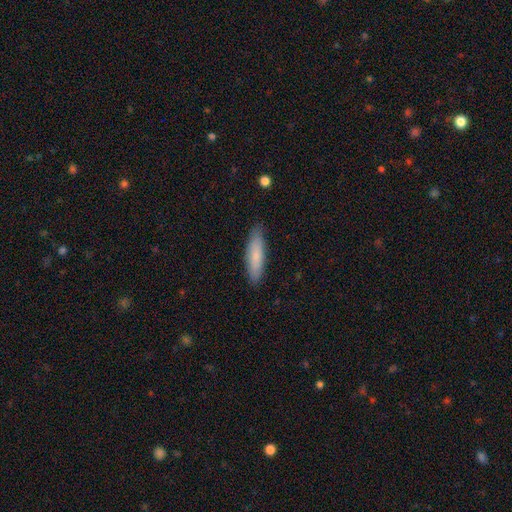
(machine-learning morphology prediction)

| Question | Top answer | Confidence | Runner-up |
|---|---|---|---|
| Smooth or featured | smooth | 80% | featured or disk (14%) |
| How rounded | cigar-shaped | 69% | in between (29%) |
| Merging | none | 86% | minor disturbance (11%) |